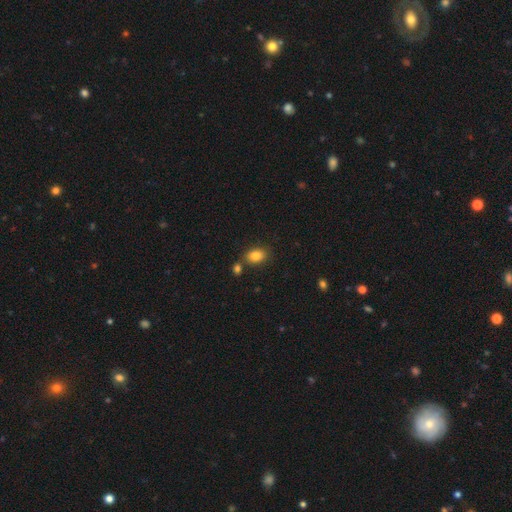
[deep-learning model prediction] smooth-or-featured: smooth: 84% | star or artifact: 9% | featured or disk: 7%
  how-rounded: in between: 79% | round: 20% | cigar-shaped: 1%
  merging: none: 73% | merger: 13% | minor disturbance: 11% | major disturbance: 3%